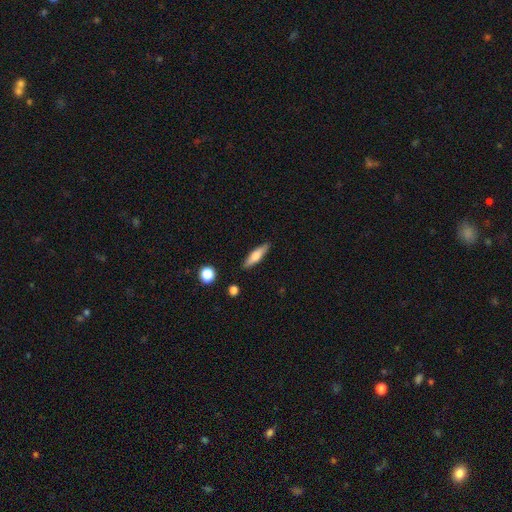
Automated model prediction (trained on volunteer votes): This is likely a smooth galaxy (62%). How rounded: likely cigar-shaped (71%). Merging: clearly none (87%).